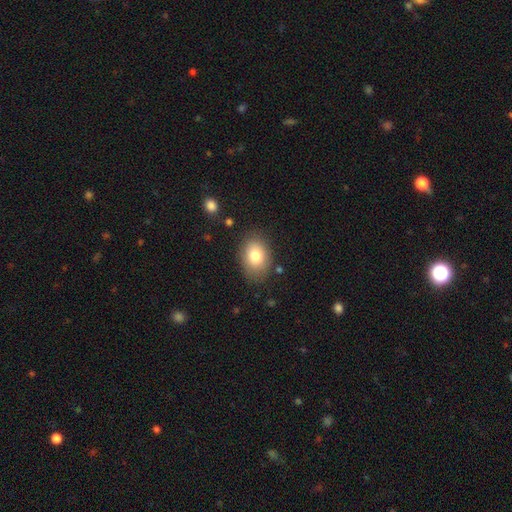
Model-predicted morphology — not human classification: This is clearly a smooth galaxy (80%). How rounded: likely in between (74%). Merging: clearly none (82%).